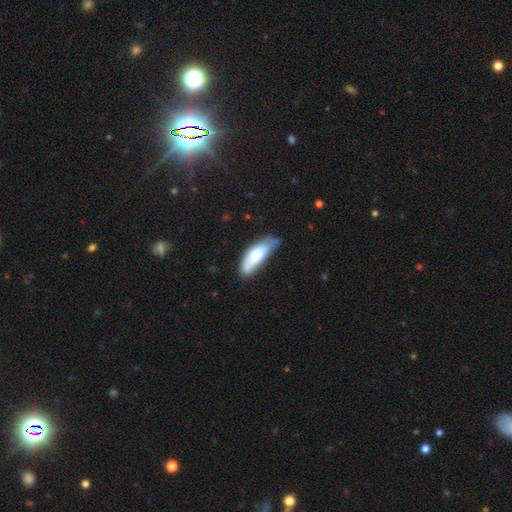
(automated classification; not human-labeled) This appears to be a smooth galaxy with no disk features (67%) that is in between round and cigar-shaped (63%). Merging: none (48%).